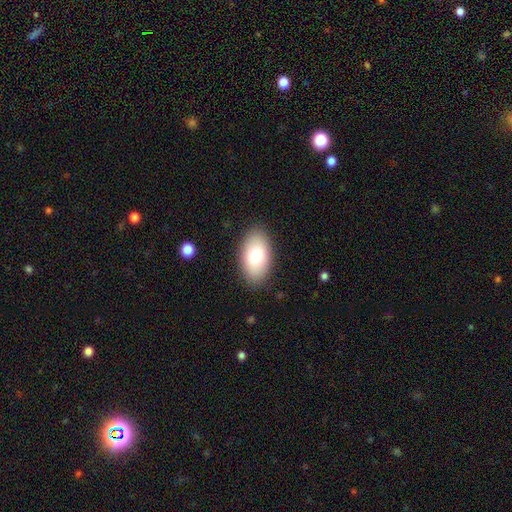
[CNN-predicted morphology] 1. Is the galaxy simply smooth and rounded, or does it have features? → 77% smooth, 16% featured or disk, 7% star or artifact.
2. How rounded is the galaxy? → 94% in between, 5% round, 2% cigar-shaped.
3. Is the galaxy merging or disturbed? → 87% none, 10% minor disturbance, 3% major disturbance, 1% merger.